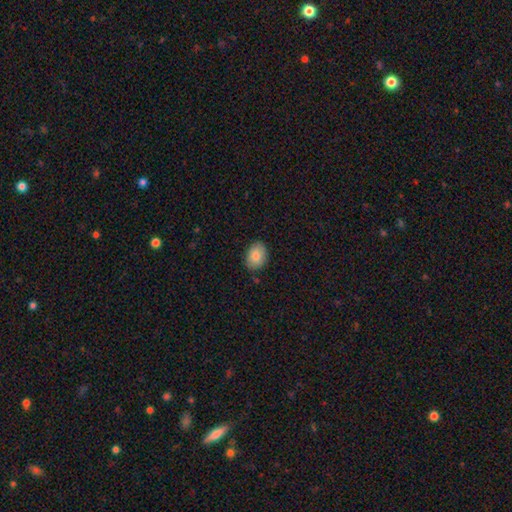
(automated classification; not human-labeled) This is clearly a smooth galaxy (84%). How rounded: likely in between (79%). Merging: clearly none (85%).